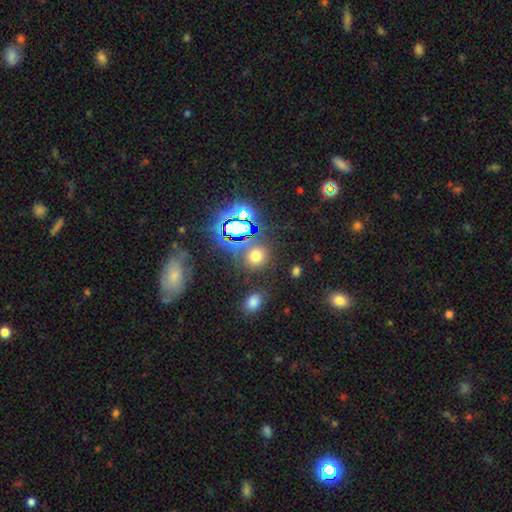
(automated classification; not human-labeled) Smooth or featured? smooth (56%)
How rounded? round (80%)
Merging? none (80%)